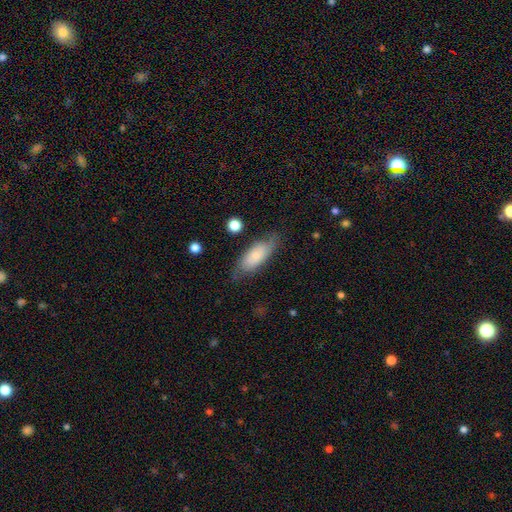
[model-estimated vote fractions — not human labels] A smooth galaxy with no disk features (66%) that is in between round and cigar-shaped (77%).

Vote fractions:
- Smooth or featured? smooth: 66% / featured or disk: 27% / star or artifact: 7%
- How rounded? in between: 77% / cigar-shaped: 20% / round: 2%
- Merging? none: 69% / minor disturbance: 22% / major disturbance: 7% / merger: 2%